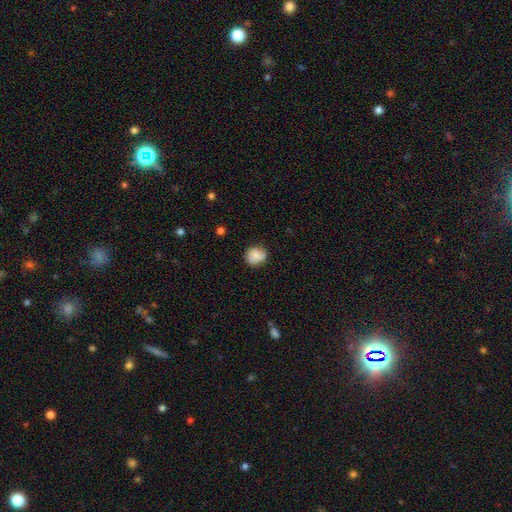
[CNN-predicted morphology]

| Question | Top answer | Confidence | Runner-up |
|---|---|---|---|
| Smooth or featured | smooth | 78% | featured or disk (13%) |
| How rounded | round | 80% | in between (19%) |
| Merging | none | 76% | minor disturbance (18%) |